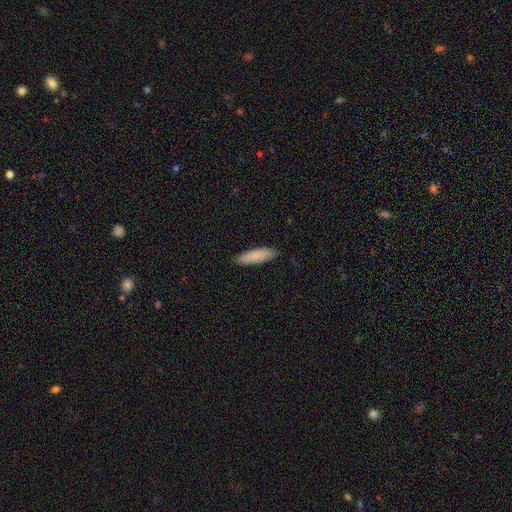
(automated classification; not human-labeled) Overall: smooth (87%). How rounded: cigar-shaped (59%; in between 39%). Merging: none (88%).